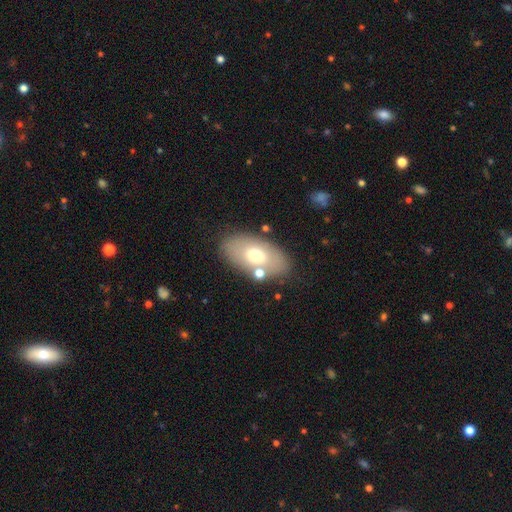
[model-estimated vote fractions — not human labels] Q: Smooth or featured?
A: smooth (65%); runner-up: featured or disk (27%)
Q: How rounded?
A: in between (92%); runner-up: round (6%)
Q: Merging?
A: none (76%); runner-up: minor disturbance (12%)